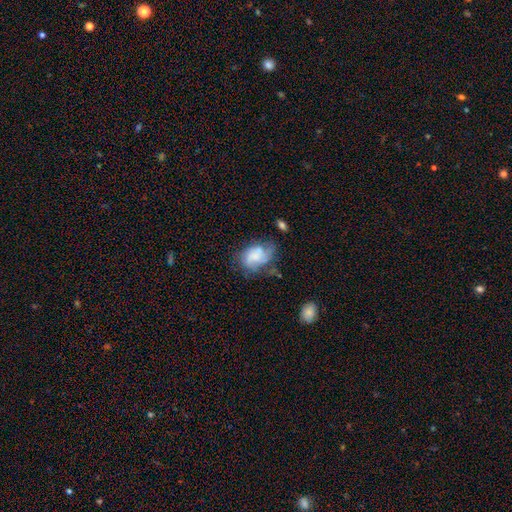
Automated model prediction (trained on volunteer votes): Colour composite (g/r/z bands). It shows a featured or disk galaxy (47%). Merging: none (40%).